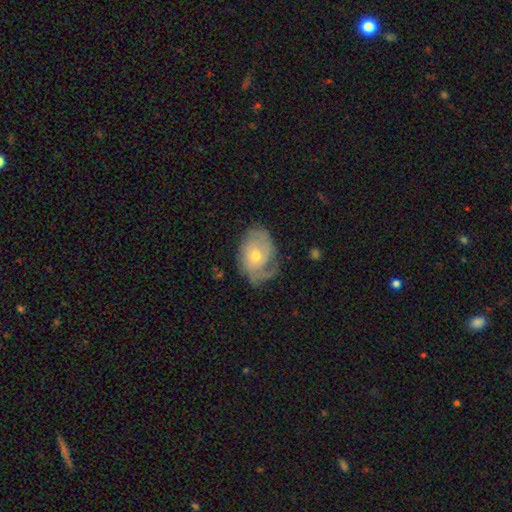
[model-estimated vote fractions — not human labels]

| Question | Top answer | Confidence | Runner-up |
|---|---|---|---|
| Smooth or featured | featured or disk | 62% | smooth (32%) |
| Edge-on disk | no | 96% | yes (4%) |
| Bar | no | 78% | weak (19%) |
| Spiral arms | yes | 80% | no (20%) |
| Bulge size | small | 53% | moderate (43%) |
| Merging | none | 51% | minor disturbance (29%) |